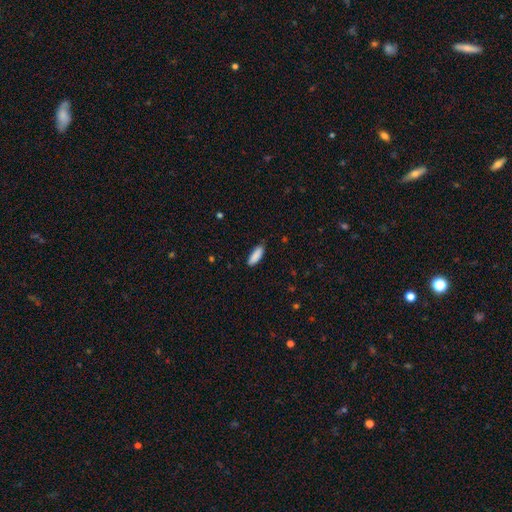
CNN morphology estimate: A smooth galaxy with no disk features (89%) that is in between round and cigar-shaped (61%).

Vote fractions:
- Smooth or featured? smooth: 89% / star or artifact: 6% / featured or disk: 5%
- How rounded? in between: 61% / cigar-shaped: 37% / round: 1%
- Merging? none: 85% / minor disturbance: 12% / major disturbance: 2% / merger: 1%